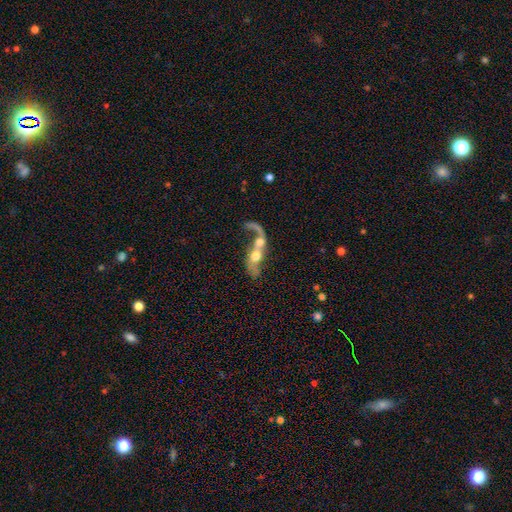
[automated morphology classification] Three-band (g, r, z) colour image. It shows a featured or disk galaxy (61%) with no bar (71%), spiral arms (58%) and a moderate central bulge (54%). Merging: merger (72%).